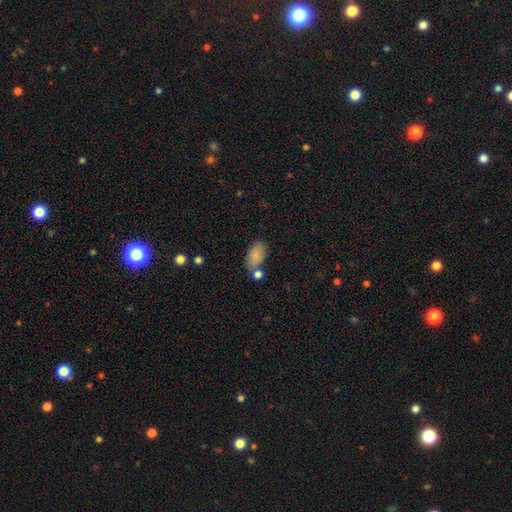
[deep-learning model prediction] smooth_or_featured: smooth (p=0.84) [alt: featured or disk p=0.09]
how_rounded: in between (p=0.93) [alt: round p=0.05]
merging: none (p=0.63) [alt: merger p=0.17]